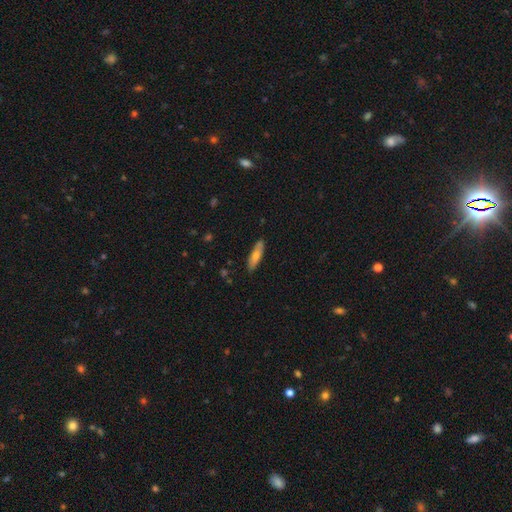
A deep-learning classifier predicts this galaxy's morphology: smooth 67%, featured or disk 27%, star or artifact 6%. Down the decision tree: how rounded — cigar-shaped (66%); merging — none (84%).